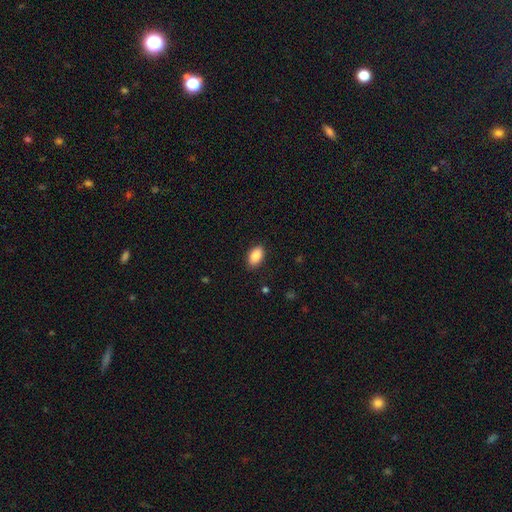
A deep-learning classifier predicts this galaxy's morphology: The model was most divided on "merging": none: 87%, minor disturbance: 10%, major disturbance: 2%, merger: 1%. More confident: how rounded — in between (93%); smooth or featured — smooth (89%).